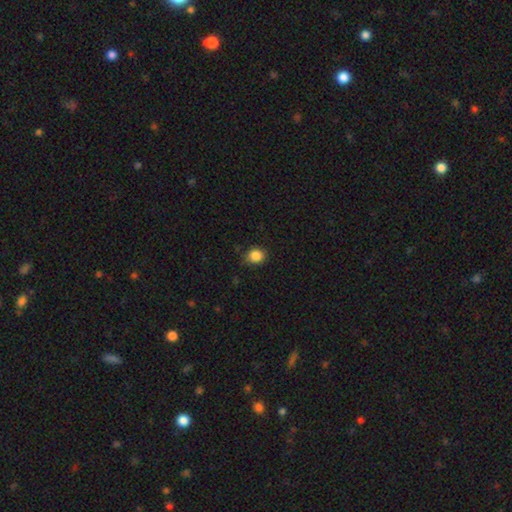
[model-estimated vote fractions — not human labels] The model was most divided on "how rounded": round: 75%, in between: 24%, cigar-shaped: 1%. More confident: smooth or featured — smooth (86%); merging — none (81%).